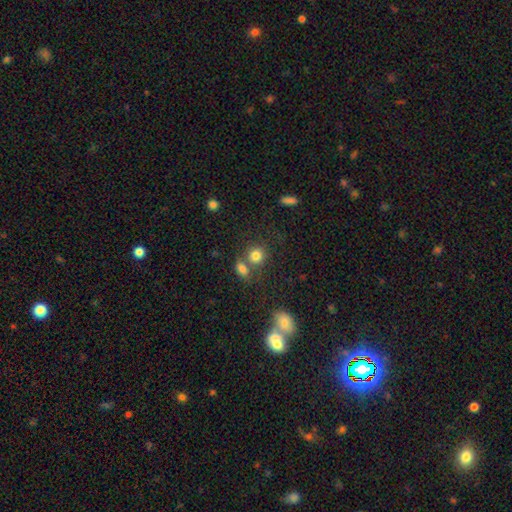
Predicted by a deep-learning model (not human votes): smooth-or-featured: smooth: 80% | star or artifact: 12% | featured or disk: 8%
  how-rounded: round: 78% | in between: 21% | cigar-shaped: 1%
  merging: none: 53% | merger: 33% | minor disturbance: 10% | major disturbance: 5%